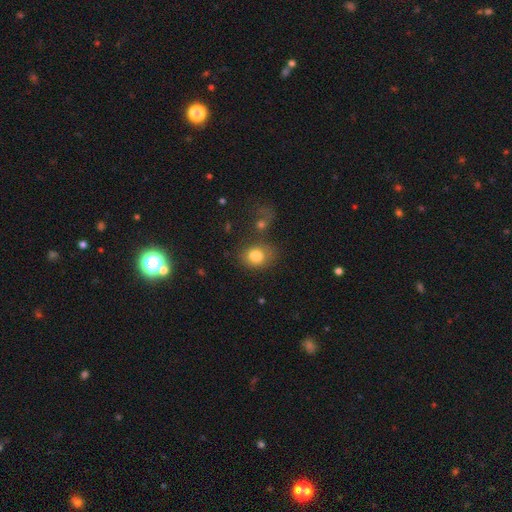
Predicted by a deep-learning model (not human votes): smooth 81%, star or artifact 10%, featured or disk 9%. Down the decision tree: how rounded — round (58%); merging — none (65%).